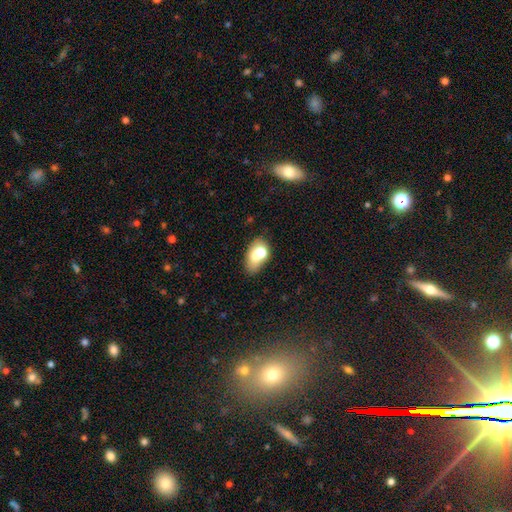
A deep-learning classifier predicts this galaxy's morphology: Smooth or featured? smooth (65%)
How rounded? in between (80%)
Merging? none (39%)